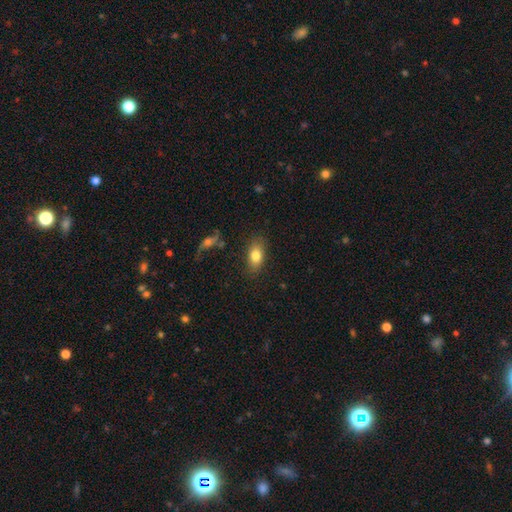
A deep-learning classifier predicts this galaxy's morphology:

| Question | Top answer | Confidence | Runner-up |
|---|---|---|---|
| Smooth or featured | smooth | 79% | featured or disk (13%) |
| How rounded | in between | 87% | round (8%) |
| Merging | none | 82% | minor disturbance (13%) |